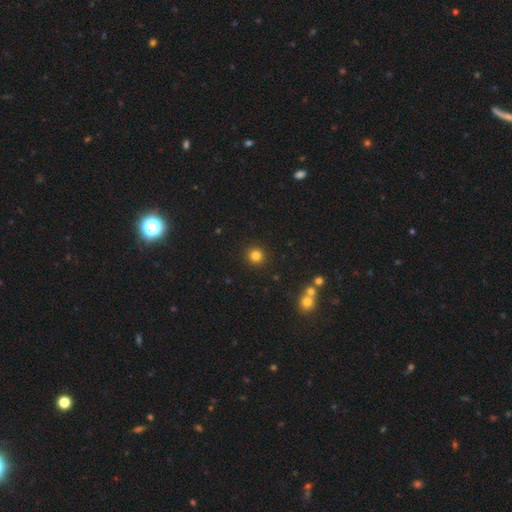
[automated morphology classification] type=smooth (81%); roundness=round (94%); merging=none (92%).